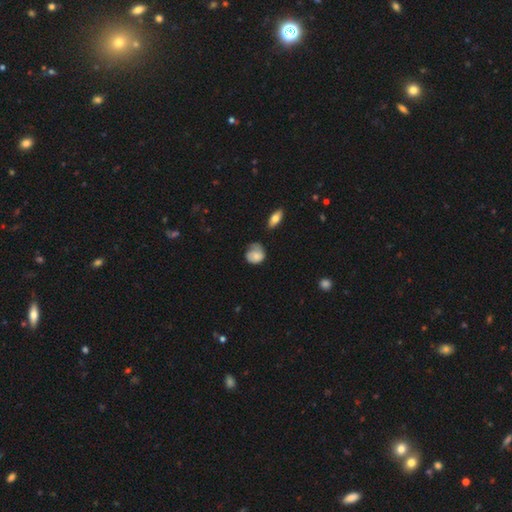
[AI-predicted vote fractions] This appears to be a smooth galaxy with no disk features (73%) that is round (65%). Merging: minor disturbance (41%).